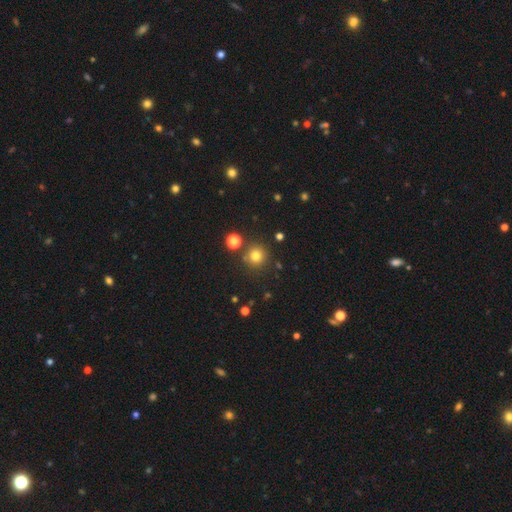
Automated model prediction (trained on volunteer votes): Smooth or featured?
  - smooth: 78% *
  - star or artifact: 16%
  - featured or disk: 6%
How rounded?
  - round: 94% *
  - in between: 5%
  - cigar-shaped: 1%
Merging?
  - none: 83% *
  - minor disturbance: 7%
  - merger: 7%
  - major disturbance: 3%